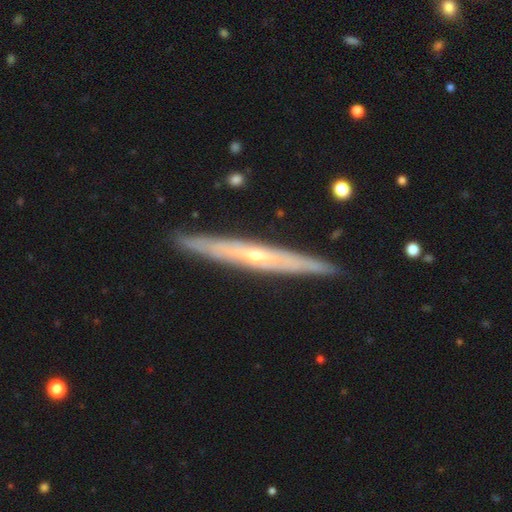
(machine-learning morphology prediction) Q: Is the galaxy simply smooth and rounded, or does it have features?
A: featured or disk — 76%.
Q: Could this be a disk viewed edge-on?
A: yes — 92%.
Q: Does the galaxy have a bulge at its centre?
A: rounded — 64%.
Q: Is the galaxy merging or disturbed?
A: none — 90%.